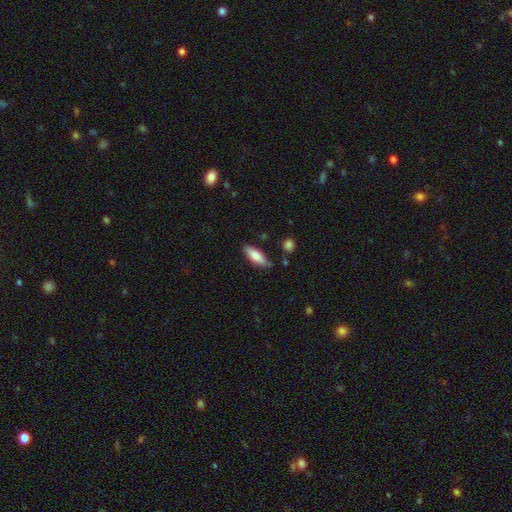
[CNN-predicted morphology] Smooth or featured? smooth (80%)
How rounded? in between (63%)
Merging? none (80%)